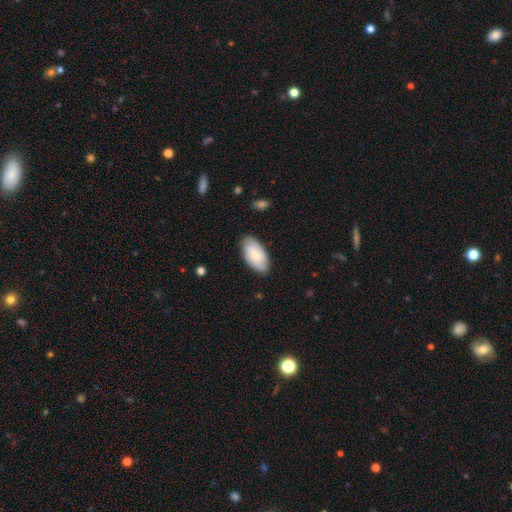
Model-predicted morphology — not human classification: This is likely a smooth galaxy (70%). How rounded: clearly in between (94%). Merging: clearly none (83%).